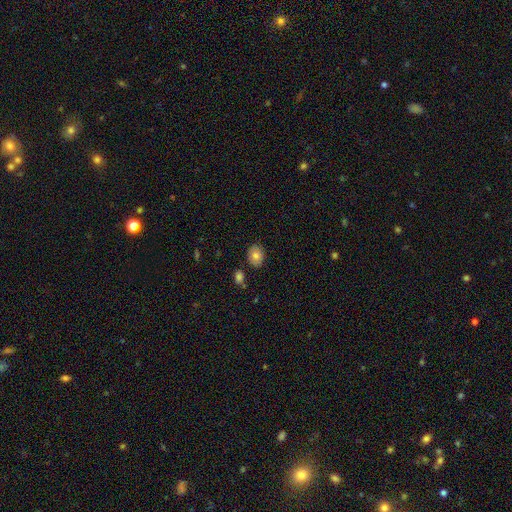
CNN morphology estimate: smooth-or-featured: smooth: 80% | featured or disk: 12% | star or artifact: 9%
  how-rounded: in between: 56% | round: 43% | cigar-shaped: 1%
  merging: none: 83% | minor disturbance: 11% | merger: 4% | major disturbance: 2%